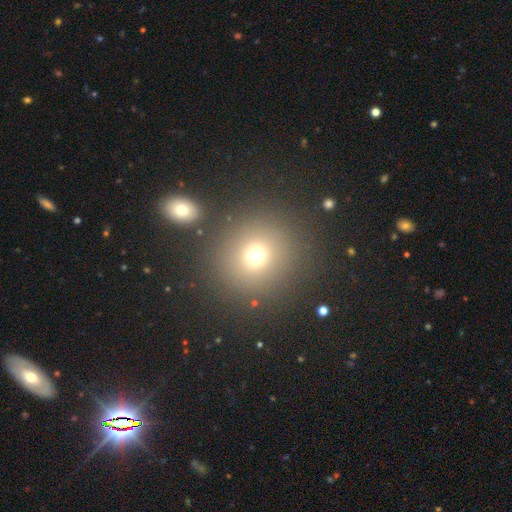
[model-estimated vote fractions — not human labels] This appears to be a smooth galaxy with no disk features (70%) that is round (89%). Merging: none (83%).